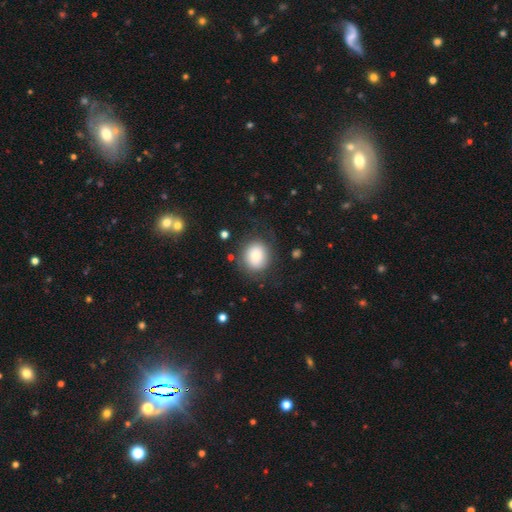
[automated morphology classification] Smooth or featured? Predicted: smooth (p=0.78). How rounded? Predicted: round (p=0.74). Merging? Predicted: none (p=0.75).